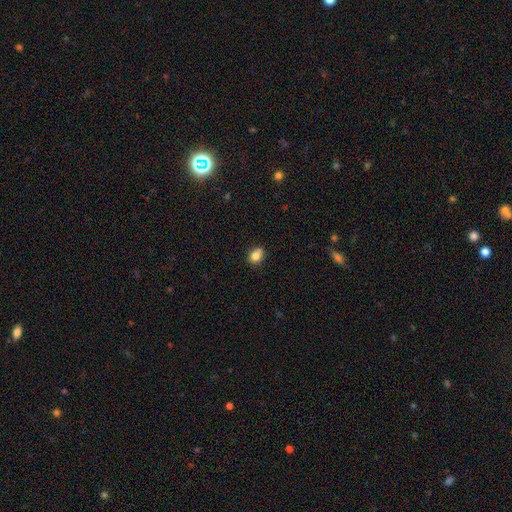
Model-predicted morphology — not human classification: smooth 81%, star or artifact 11%, featured or disk 9%. Down the decision tree: how rounded — round (52%); merging — none (66%).